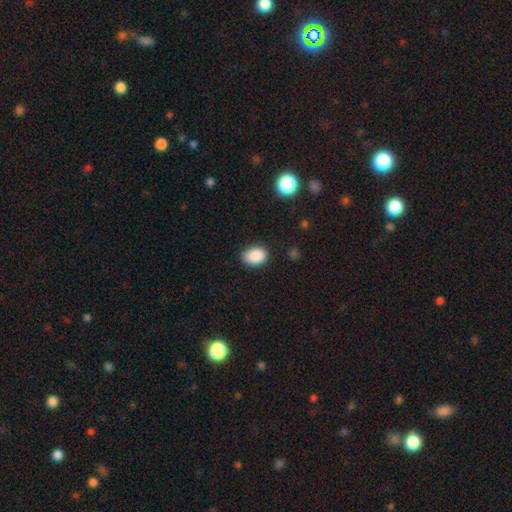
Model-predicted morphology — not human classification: A smooth galaxy with no disk features (88%) that is in between round and cigar-shaped (78%). Merging: none (82%).